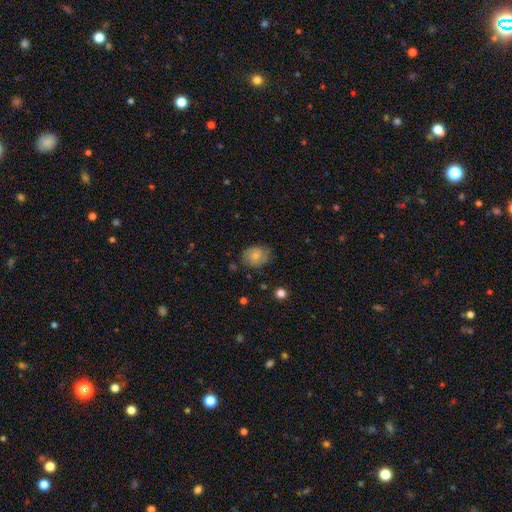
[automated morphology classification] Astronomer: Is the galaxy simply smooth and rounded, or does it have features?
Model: smooth — 63%.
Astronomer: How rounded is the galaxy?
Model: round — 55% (runner-up: in between, 44%).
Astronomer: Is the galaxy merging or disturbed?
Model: none — 68%.